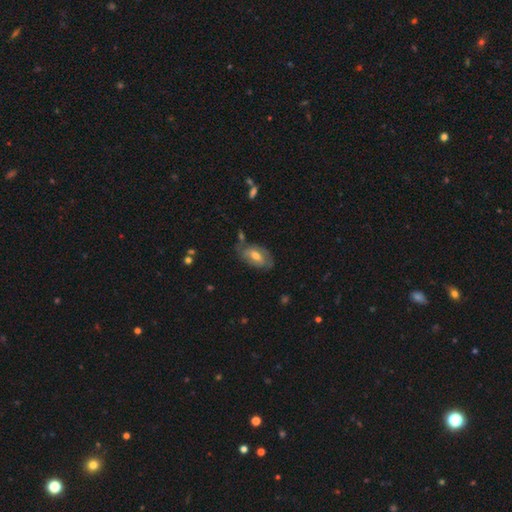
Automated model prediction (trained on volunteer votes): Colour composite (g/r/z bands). It shows a smooth galaxy with no disk features (51%) that is in between round and cigar-shaped (91%). Merging: none (65%).